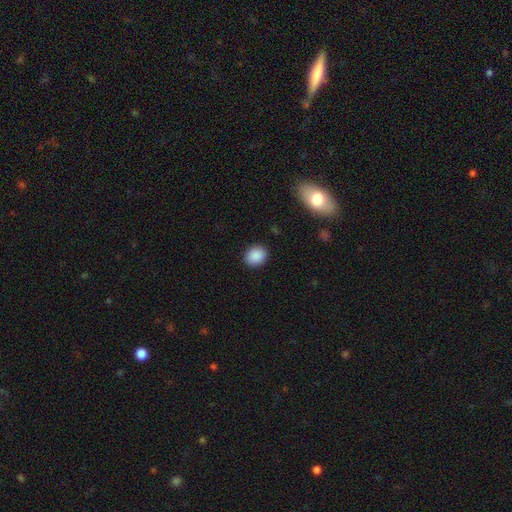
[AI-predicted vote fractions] This appears to be a smooth galaxy with no disk features (89%) that is round (64%). Merging: none (90%).